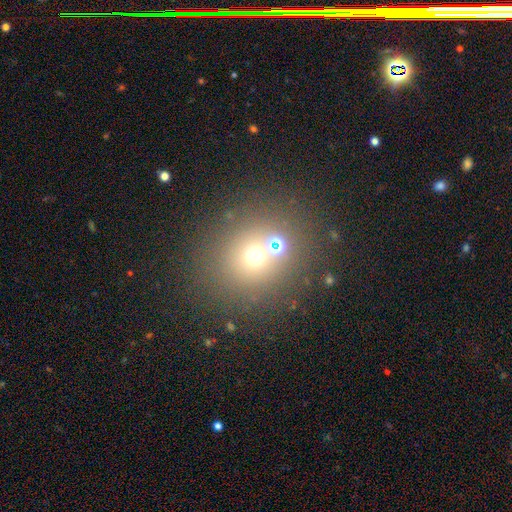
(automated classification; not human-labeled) A smooth galaxy with no disk features (59%) that is round (84%). Merging: none (67%).